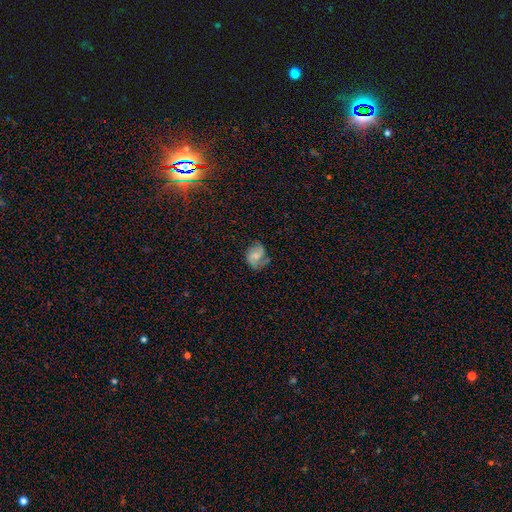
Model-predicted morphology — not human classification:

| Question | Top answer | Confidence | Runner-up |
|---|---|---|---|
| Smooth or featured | featured or disk | 60% | smooth (31%) |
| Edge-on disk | no | 98% | yes (2%) |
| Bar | no | 57% | weak (36%) |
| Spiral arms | yes | 90% | no (10%) |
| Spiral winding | medium | 46% | loose (30%) |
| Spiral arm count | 2 | 59% | 3 (15%) |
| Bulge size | small | 48% | moderate (31%) |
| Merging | none | 62% | minor disturbance (24%) |